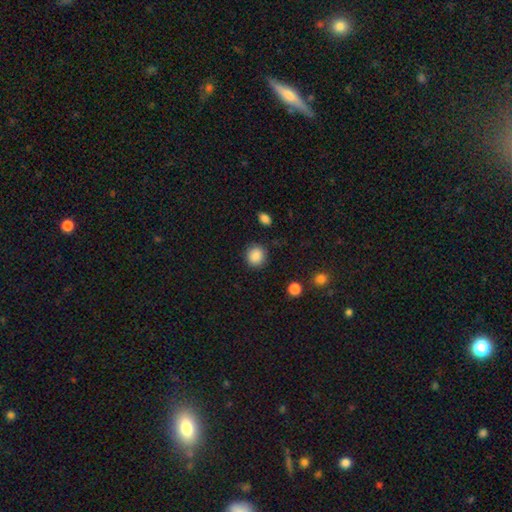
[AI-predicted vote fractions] This is clearly a smooth galaxy (88%). How rounded: clearly round (88%). Merging: clearly none (88%).